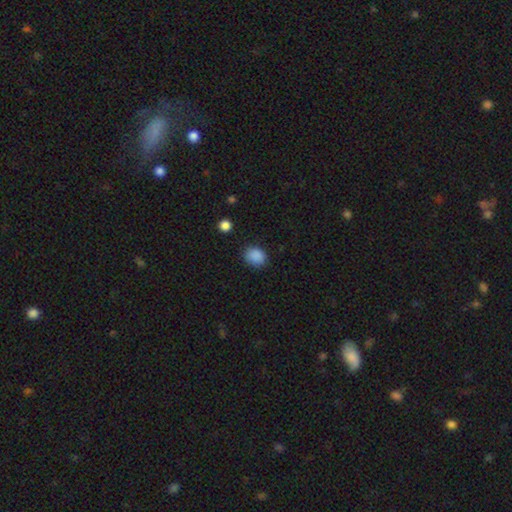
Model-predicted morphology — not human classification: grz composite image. It shows a smooth galaxy with no disk features (88%) that is round (53%). Merging: none (84%).